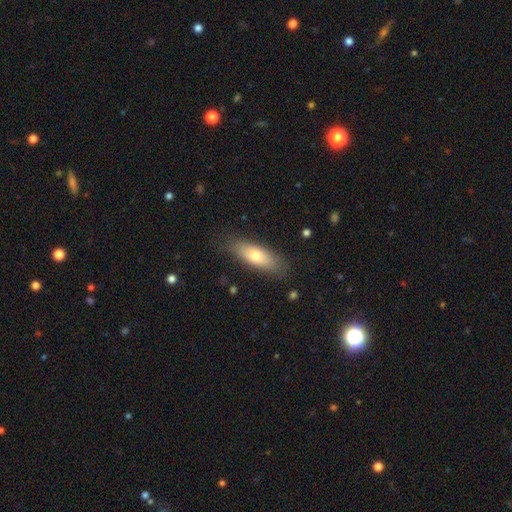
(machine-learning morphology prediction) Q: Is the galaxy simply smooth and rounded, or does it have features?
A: smooth — 69%.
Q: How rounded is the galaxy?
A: in between — 56%.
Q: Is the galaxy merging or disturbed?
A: none — 83%.